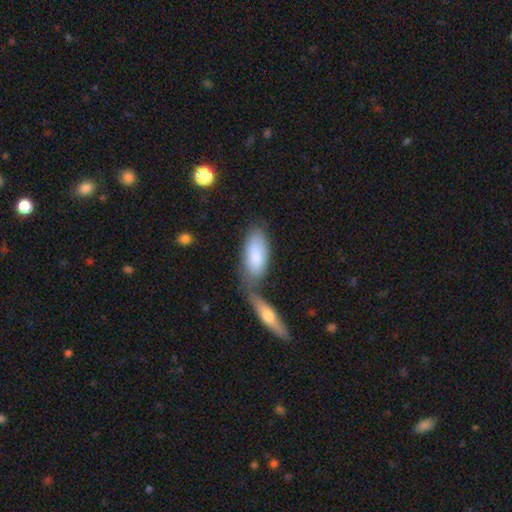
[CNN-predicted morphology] Q: Smooth or featured?
A: smooth (81%); runner-up: featured or disk (14%)
Q: How rounded?
A: in between (85%); runner-up: cigar-shaped (13%)
Q: Merging?
A: merger (41%); runner-up: none (38%)